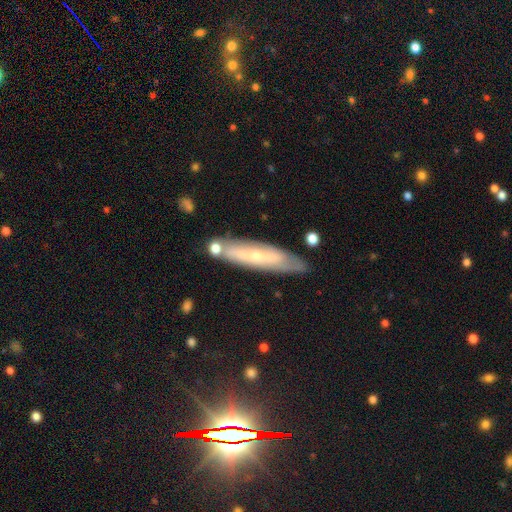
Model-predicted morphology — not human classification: A featured or disk galaxy (55%) viewed edge-on (53%). Merging: none (75%).